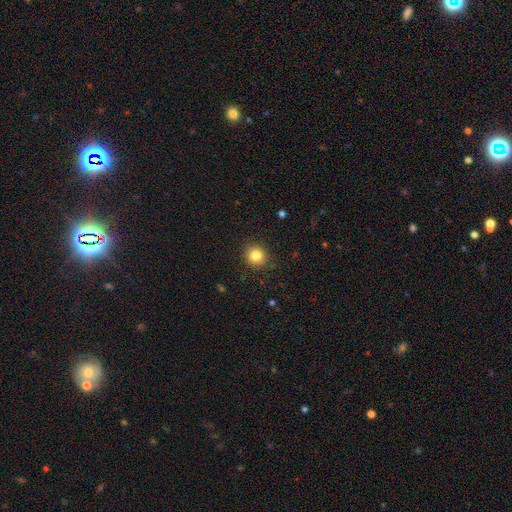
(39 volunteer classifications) This appears to be a smooth galaxy with no disk features (87%) that is round (97%). Merging: none (86%).